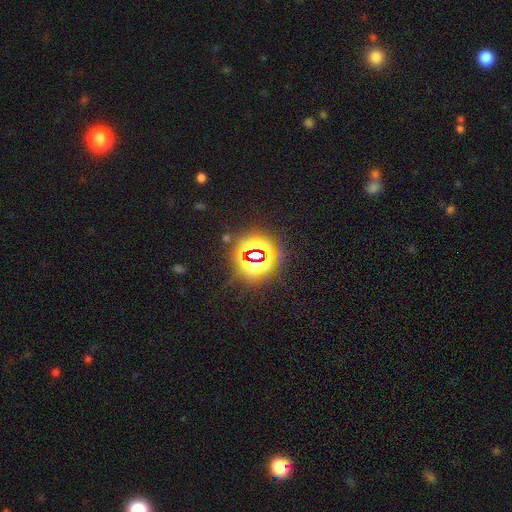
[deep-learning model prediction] Morphology: type=star or artifact (81%).